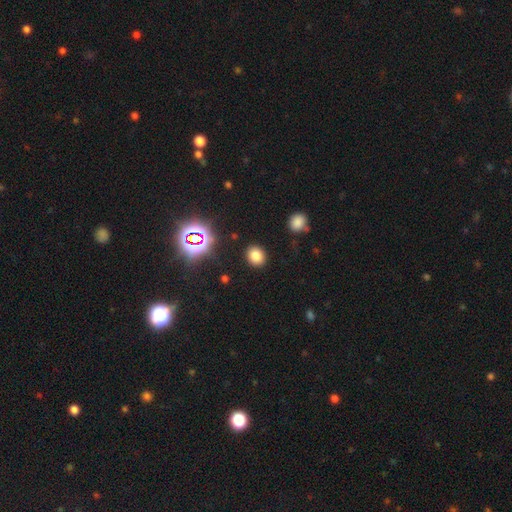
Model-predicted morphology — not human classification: type=smooth (77%); roundness=round (55%); merging=none (88%).